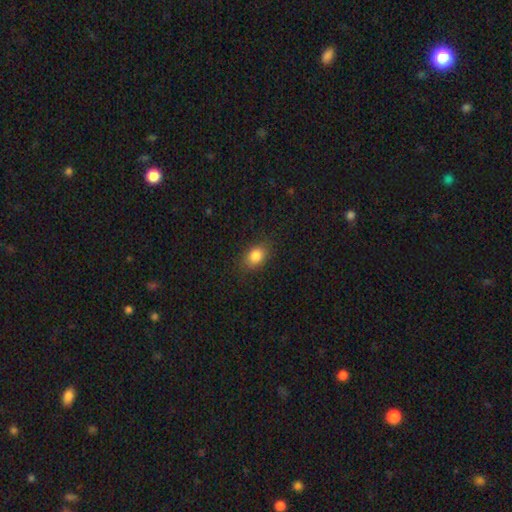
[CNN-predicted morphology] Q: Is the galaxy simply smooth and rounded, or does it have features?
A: smooth — 84%.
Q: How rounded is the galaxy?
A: in between — 73%.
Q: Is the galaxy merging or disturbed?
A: none — 83%.